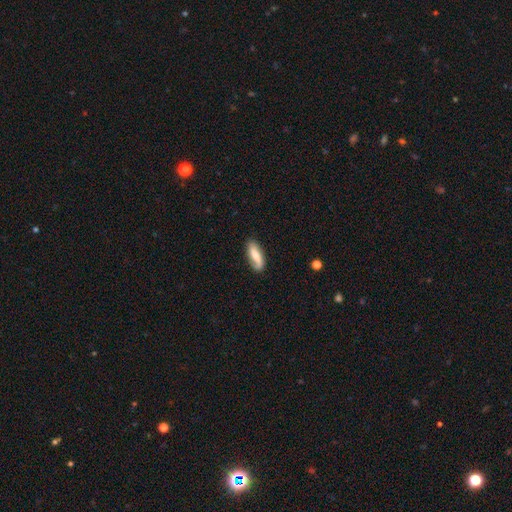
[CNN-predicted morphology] The model was most divided on "smooth or featured": smooth: 57%, featured or disk: 37%, star or artifact: 6%. More confident: merging — none (75%); how rounded — in between (65%).